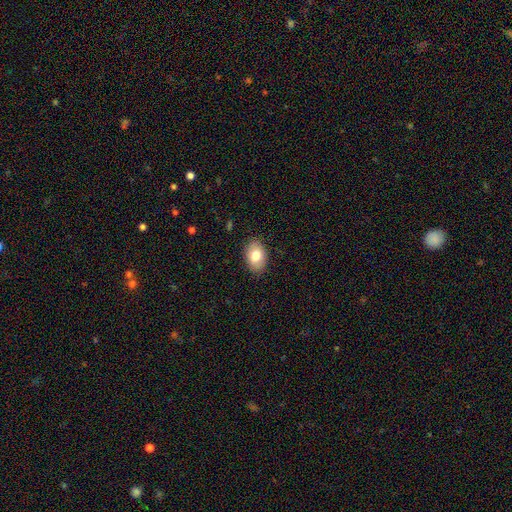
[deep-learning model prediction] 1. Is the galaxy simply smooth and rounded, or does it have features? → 80% smooth, 12% featured or disk, 7% star or artifact.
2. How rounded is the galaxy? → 86% in between, 13% round, 1% cigar-shaped.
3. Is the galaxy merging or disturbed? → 88% none, 9% minor disturbance, 2% major disturbance, 1% merger.